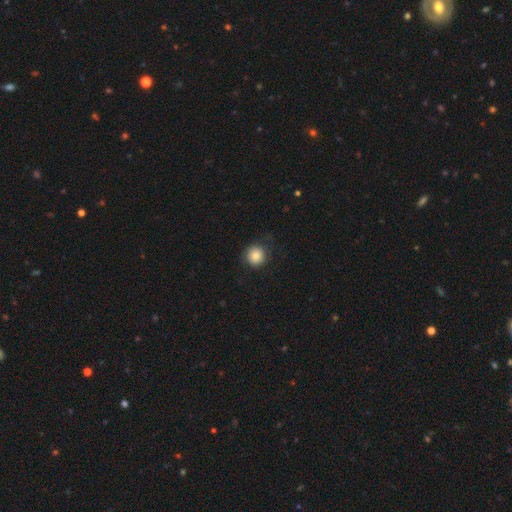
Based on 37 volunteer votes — Smooth or featured: smooth — 92% (star or artifact — 5%)
How rounded: round — 82% (in between — 18%)
Merging: none — 74% (minor disturbance — 23%)